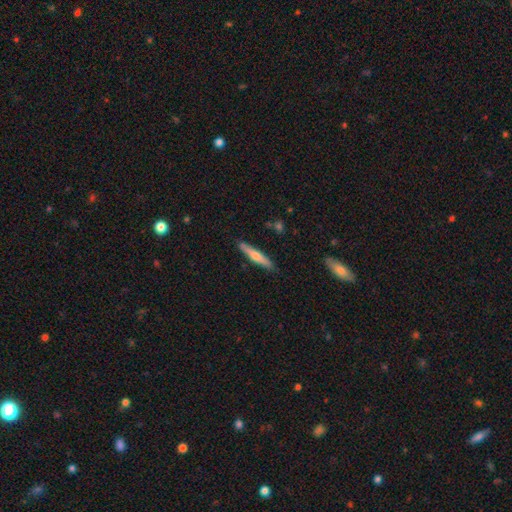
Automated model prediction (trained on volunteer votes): Smooth or featured? featured or disk (48%)
Merging? none (89%)